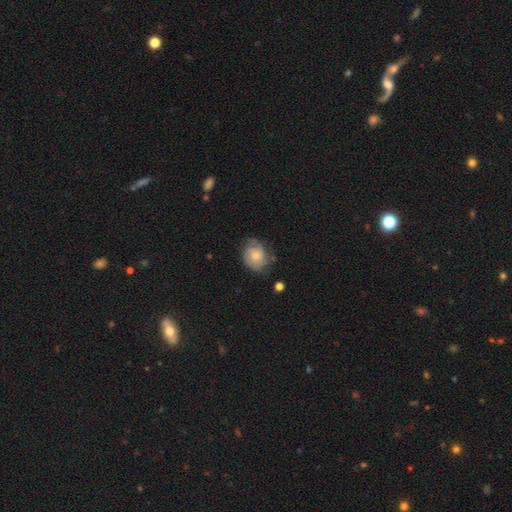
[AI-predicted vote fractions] smooth_or_featured: smooth (p=0.54) [alt: featured or disk p=0.38]
how_rounded: round (p=0.54) [alt: in between p=0.45]
merging: none (p=0.56) [alt: minor disturbance p=0.31]